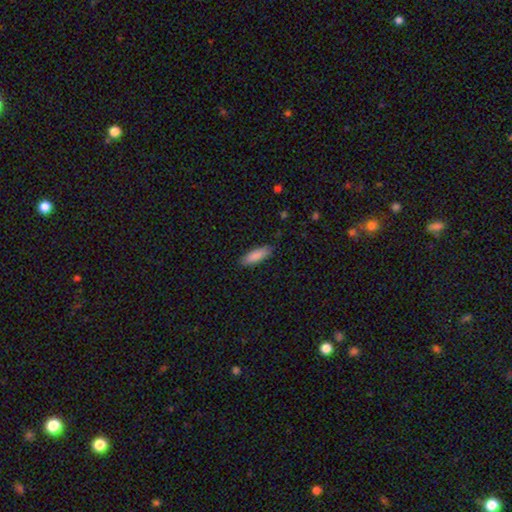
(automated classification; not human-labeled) This is clearly a smooth galaxy (87%). How rounded: possibly in between (52%). Merging: clearly none (86%).